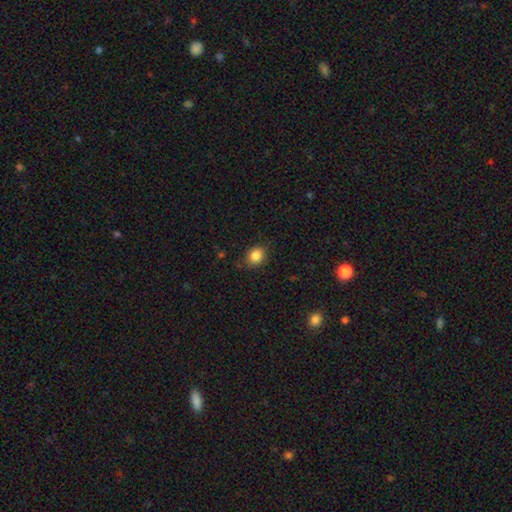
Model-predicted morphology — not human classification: smooth-or-featured: smooth: 85% | star or artifact: 10% | featured or disk: 5%
  how-rounded: round: 60% | in between: 39% | cigar-shaped: 1%
  merging: none: 85% | minor disturbance: 11% | major disturbance: 3% | merger: 1%